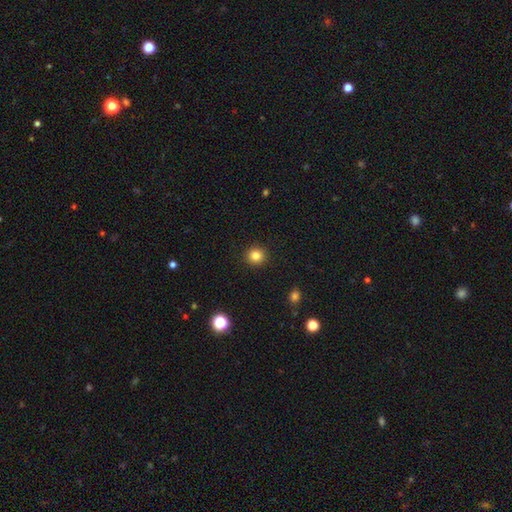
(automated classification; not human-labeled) This is clearly a smooth galaxy (83%). How rounded: clearly round (93%). Merging: clearly none (93%).